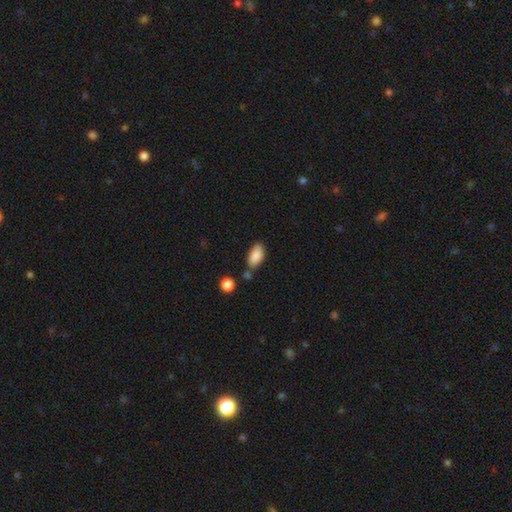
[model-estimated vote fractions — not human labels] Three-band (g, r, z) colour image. It shows a smooth galaxy with no disk features (87%) that is in between round and cigar-shaped (92%). Merging: none (70%).